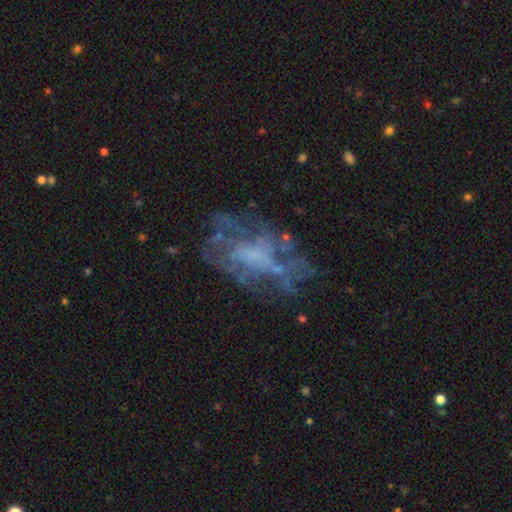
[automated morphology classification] smooth-or-featured: featured or disk: 69% | smooth: 18% | star or artifact: 13%
  disk-edge-on: no: 96% | yes: 4%
    bar: no: 78% | weak: 18% | strong: 4%
    has-spiral-arms: no: 61% | yes: 39%
    bulge-size: none: 47% | small: 25% | moderate: 21% | large: 6% | dominant: 1%
  merging: none: 56% | major disturbance: 22% | minor disturbance: 19% | merger: 3%